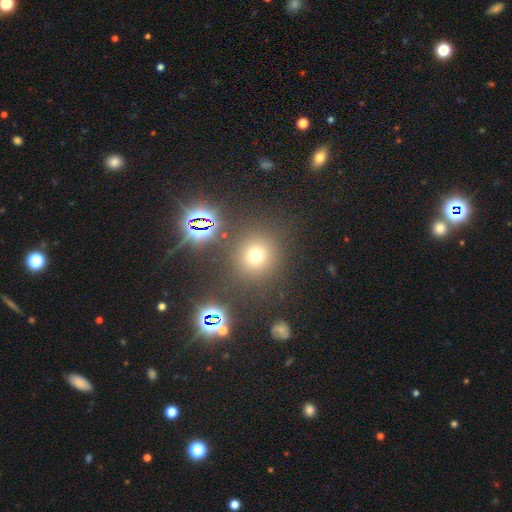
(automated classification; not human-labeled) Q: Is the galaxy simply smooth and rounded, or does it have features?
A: smooth — 63%.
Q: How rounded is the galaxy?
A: round — 91%.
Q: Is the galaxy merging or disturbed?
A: none — 84%.